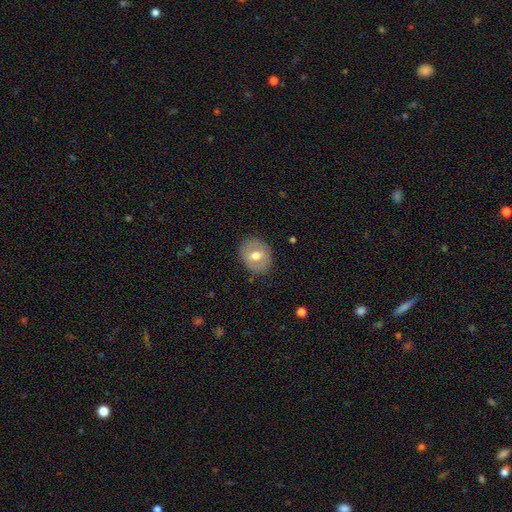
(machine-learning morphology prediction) This is possibly a smooth galaxy (57%). How rounded: possibly round (60%). Merging: clearly none (85%).